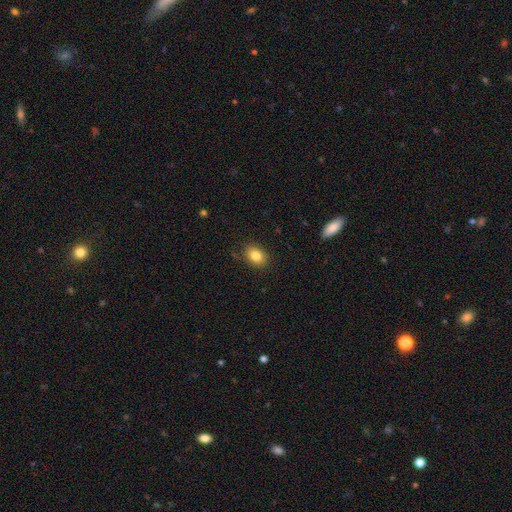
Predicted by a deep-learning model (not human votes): Smooth or featured? smooth (84%)
How rounded? in between (75%)
Merging? none (85%)